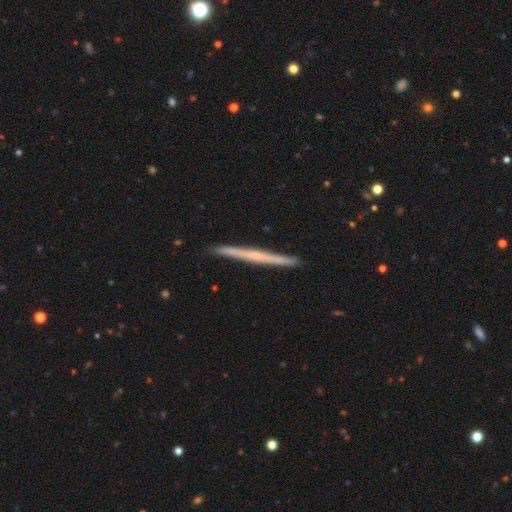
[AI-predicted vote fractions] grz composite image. It shows a featured or disk galaxy (56%) viewed edge-on (98%) with no central bulge (81%). Merging: none (91%).